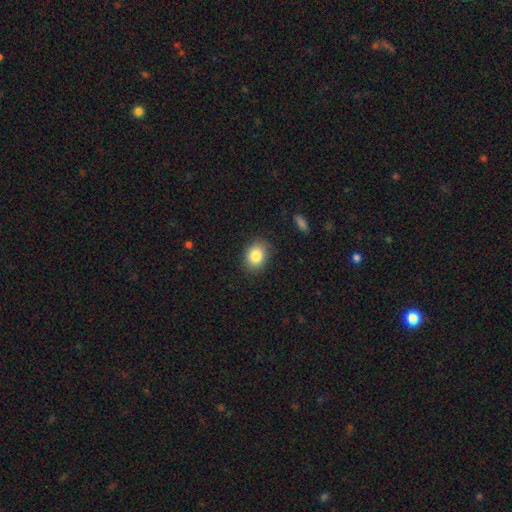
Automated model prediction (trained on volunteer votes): A smooth galaxy with no disk features (84%) that is in between round and cigar-shaped (60%).

Vote fractions:
- Smooth or featured? smooth: 84% / star or artifact: 9% / featured or disk: 7%
- How rounded? in between: 60% / round: 39% / cigar-shaped: 1%
- Merging? none: 85% / minor disturbance: 11% / major disturbance: 3% / merger: 1%